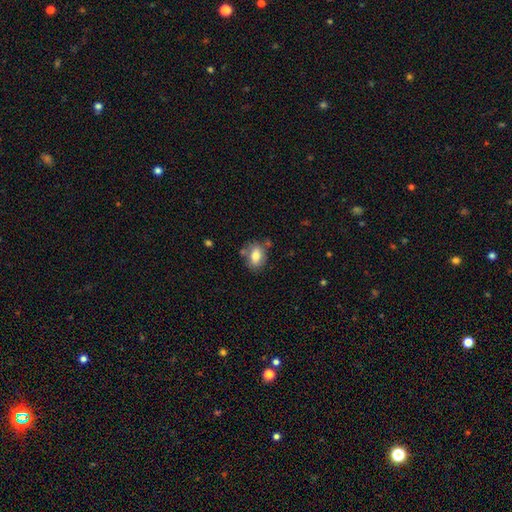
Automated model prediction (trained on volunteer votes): Smooth or featured?
  - smooth: 77% *
  - featured or disk: 15%
  - star or artifact: 8%
How rounded?
  - in between: 76% *
  - round: 22%
  - cigar-shaped: 2%
Merging?
  - none: 69% *
  - minor disturbance: 17%
  - merger: 10%
  - major disturbance: 4%